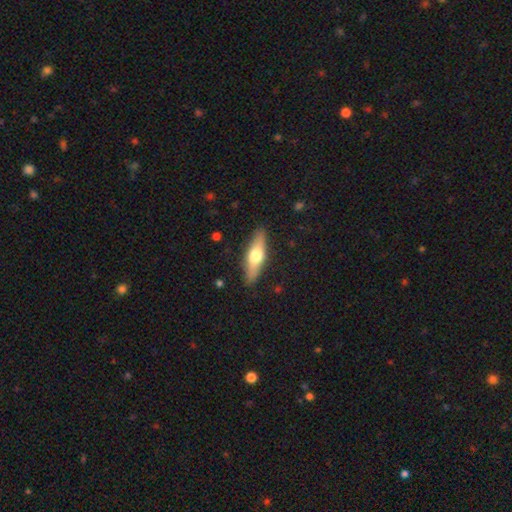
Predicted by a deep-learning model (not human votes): A smooth galaxy with no disk features (52%) that is cigar-shaped (59%).

Vote fractions:
- Smooth or featured? smooth: 52% / featured or disk: 43% / star or artifact: 5%
- How rounded? cigar-shaped: 59% / in between: 38% / round: 3%
- Merging? none: 88% / minor disturbance: 9% / major disturbance: 2% / merger: 1%